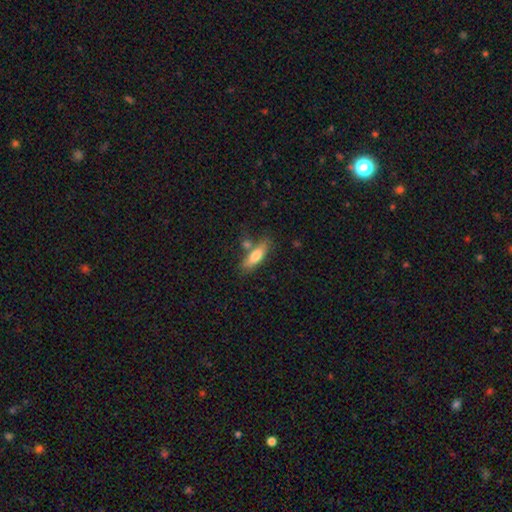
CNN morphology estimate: This appears to be a smooth galaxy with no disk features (71%) that is cigar-shaped (52%). Merging: none (66%).